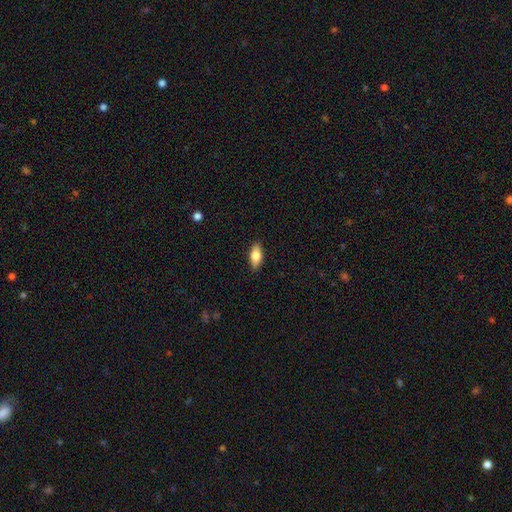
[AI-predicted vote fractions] smooth_or_featured: smooth (p=0.78) [alt: featured or disk p=0.15]
how_rounded: in between (p=0.86) [alt: cigar-shaped p=0.11]
merging: none (p=0.88) [alt: minor disturbance p=0.09]